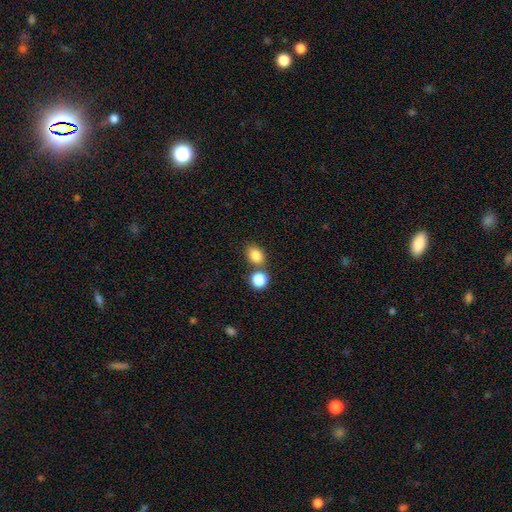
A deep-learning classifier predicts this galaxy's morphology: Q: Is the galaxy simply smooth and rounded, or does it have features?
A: smooth — 83%.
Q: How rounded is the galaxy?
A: in between — 55%.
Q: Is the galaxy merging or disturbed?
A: none — 61%.